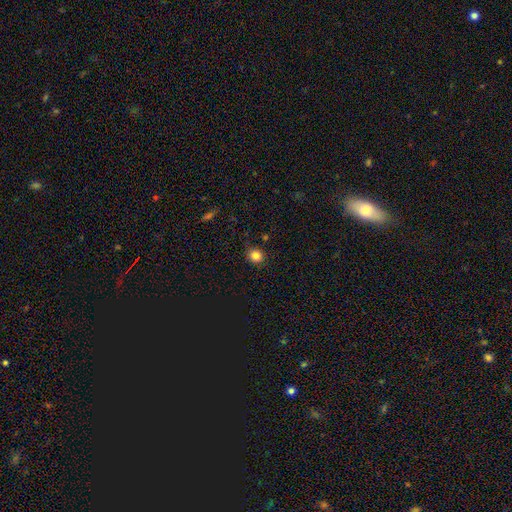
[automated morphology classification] smooth_or_featured: smooth (p=0.84) [alt: star or artifact p=0.12]
how_rounded: round (p=0.83) [alt: in between p=0.16]
merging: none (p=0.87) [alt: minor disturbance p=0.09]